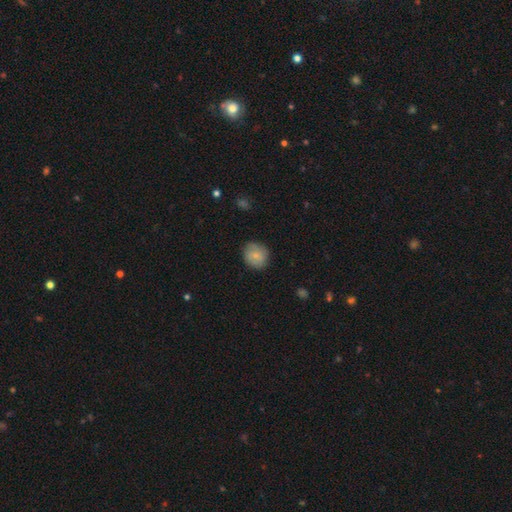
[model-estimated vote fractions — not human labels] A smooth galaxy with no disk features (72%) that is round (78%).

Vote fractions:
- Smooth or featured? smooth: 72% / featured or disk: 21% / star or artifact: 7%
- How rounded? round: 78% / in between: 21% / cigar-shaped: 1%
- Merging? none: 79% / minor disturbance: 16% / major disturbance: 4% / merger: 1%